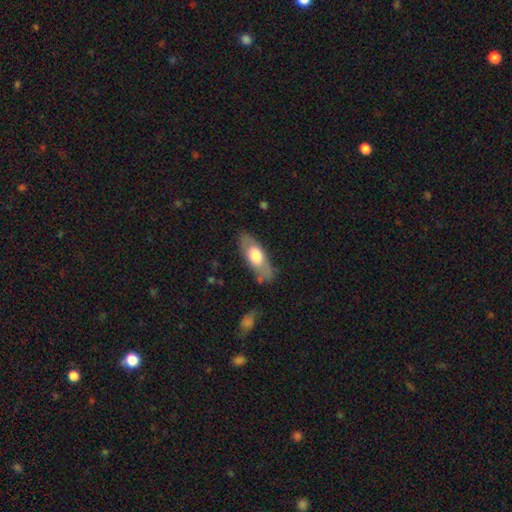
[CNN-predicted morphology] Smooth or featured? smooth (61%)
How rounded? in between (73%)
Merging? none (74%)